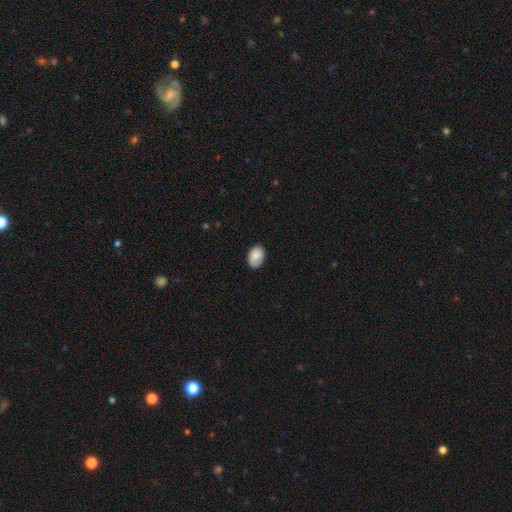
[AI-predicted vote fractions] Morphology: type=smooth (84%); roundness=in between (83%); merging=none (78%).